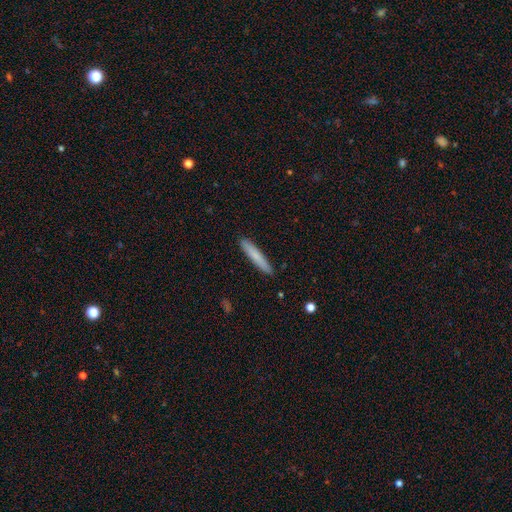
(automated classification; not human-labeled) This is likely a smooth galaxy (77%). How rounded: clearly cigar-shaped (94%). Merging: clearly none (90%).